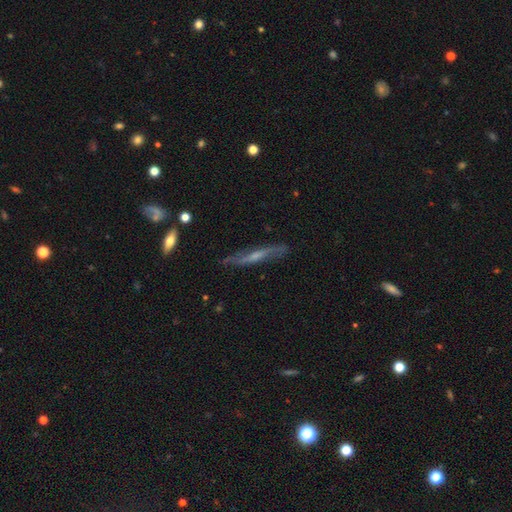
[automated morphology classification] Smooth or featured? featured or disk (68%)
Edge-on disk? yes (67%)
Merging? none (76%)